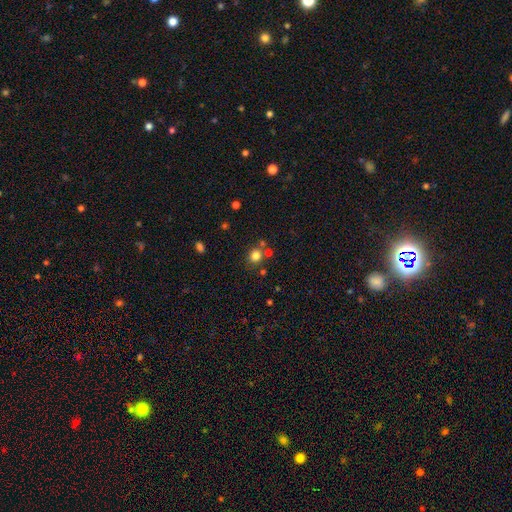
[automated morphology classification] A smooth galaxy with no disk features (79%) that is round (85%).

Vote fractions:
- Smooth or featured? smooth: 79% / star or artifact: 14% / featured or disk: 7%
- How rounded? round: 85% / in between: 14% / cigar-shaped: 1%
- Merging? none: 70% / merger: 17% / minor disturbance: 9% / major disturbance: 3%